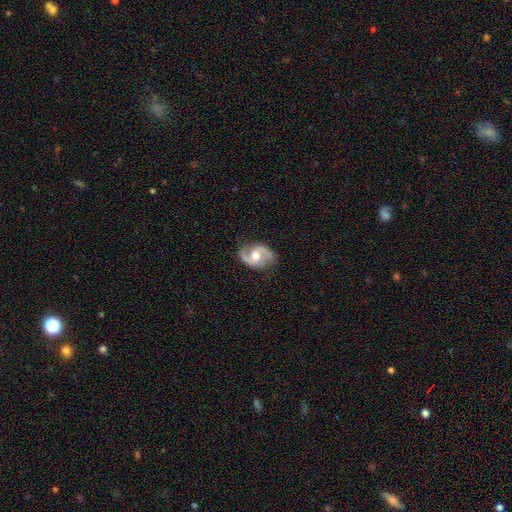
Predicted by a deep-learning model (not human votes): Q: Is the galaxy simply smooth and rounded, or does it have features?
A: featured or disk — 84%.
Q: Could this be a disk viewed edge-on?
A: no — 98%.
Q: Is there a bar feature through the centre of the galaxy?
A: no — 44%.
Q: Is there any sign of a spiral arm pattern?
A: yes — 94%.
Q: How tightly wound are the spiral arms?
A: medium — 51%.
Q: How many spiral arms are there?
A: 2 — 92%.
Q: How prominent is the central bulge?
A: moderate — 76%.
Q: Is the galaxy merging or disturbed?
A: none — 79%.